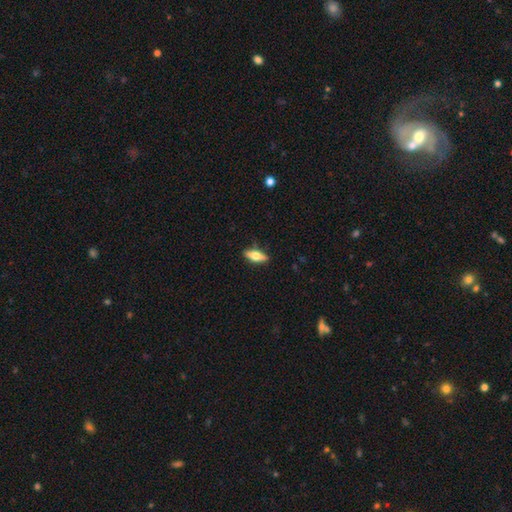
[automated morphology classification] A smooth galaxy with no disk features (52%) that is in between round and cigar-shaped (59%).

Vote fractions:
- Smooth or featured? smooth: 52% / featured or disk: 41% / star or artifact: 6%
- How rounded? in between: 59% / cigar-shaped: 37% / round: 3%
- Merging? none: 85% / minor disturbance: 11% / major disturbance: 2% / merger: 1%